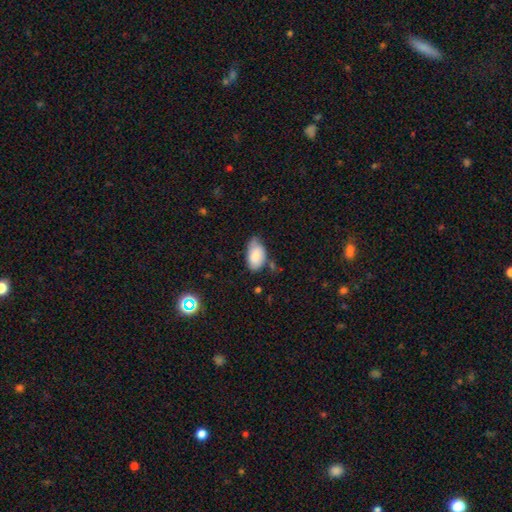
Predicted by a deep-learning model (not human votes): This appears to be a smooth galaxy with no disk features (81%) that is in between round and cigar-shaped (93%). Merging: none (49%).